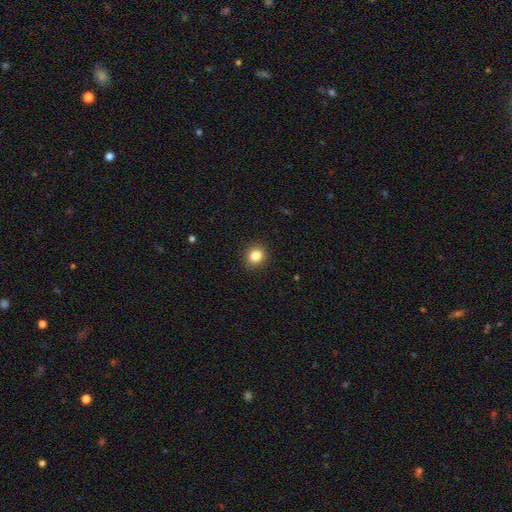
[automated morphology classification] Smooth or featured?
  - smooth: 83% *
  - star or artifact: 11%
  - featured or disk: 6%
How rounded?
  - round: 80% *
  - in between: 19%
  - cigar-shaped: 1%
Merging?
  - none: 91% *
  - minor disturbance: 6%
  - major disturbance: 2%
  - merger: 1%